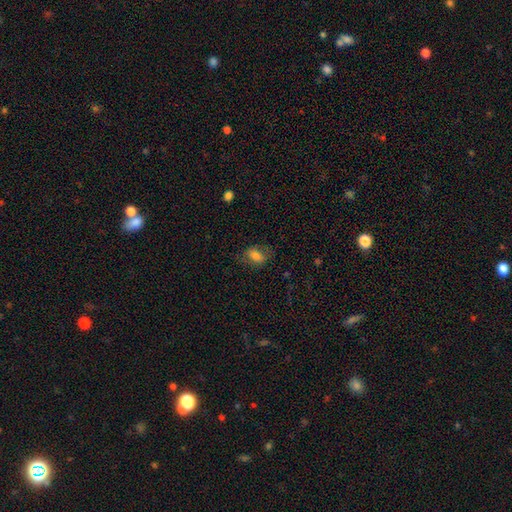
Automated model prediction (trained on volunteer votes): Overall: smooth (74%). How rounded: in between (81%). Merging: none (71%).